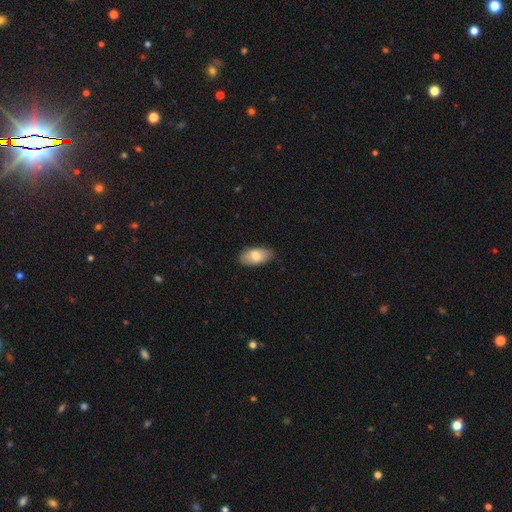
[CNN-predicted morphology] Overall: smooth (78%). How rounded: in between (94%). Merging: none (85%).